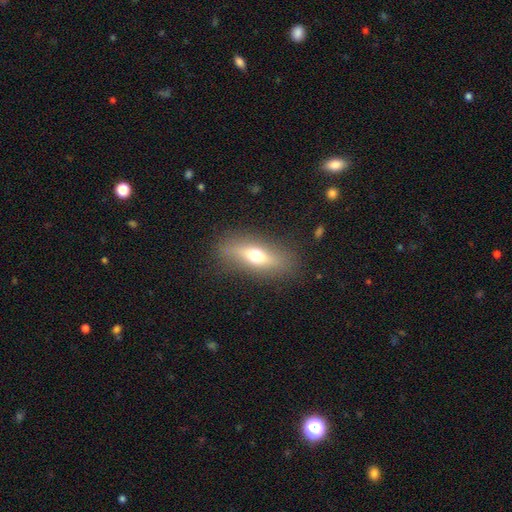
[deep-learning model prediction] A smooth galaxy with no disk features (57%) that is in between round and cigar-shaped (59%). Merging: none (85%).